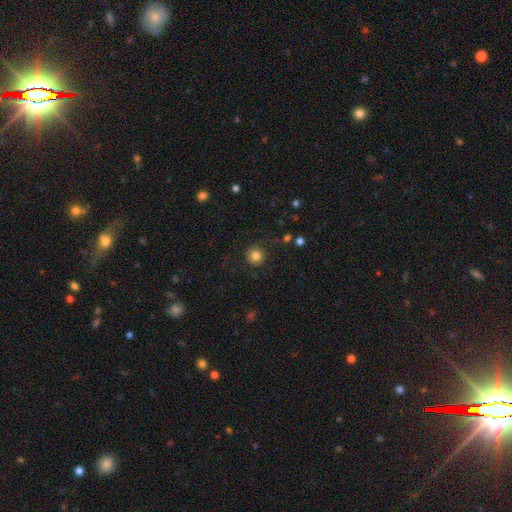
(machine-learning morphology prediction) smooth_or_featured: smooth (p=0.83) [alt: star or artifact p=0.11]
how_rounded: round (p=0.94) [alt: in between p=0.05]
merging: none (p=0.87) [alt: minor disturbance p=0.08]